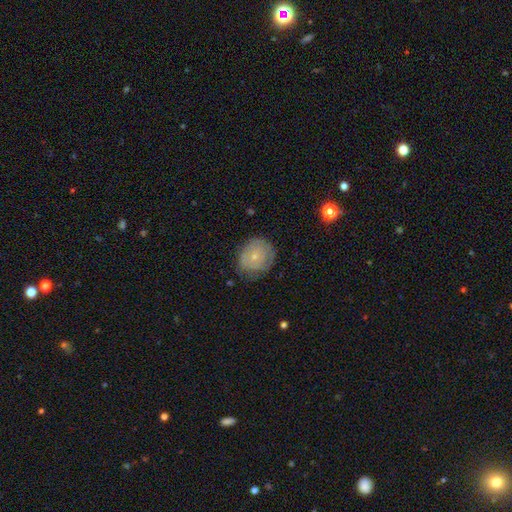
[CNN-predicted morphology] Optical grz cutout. It shows a smooth galaxy with no disk features (50%) that is round (78%). Merging: none (69%).